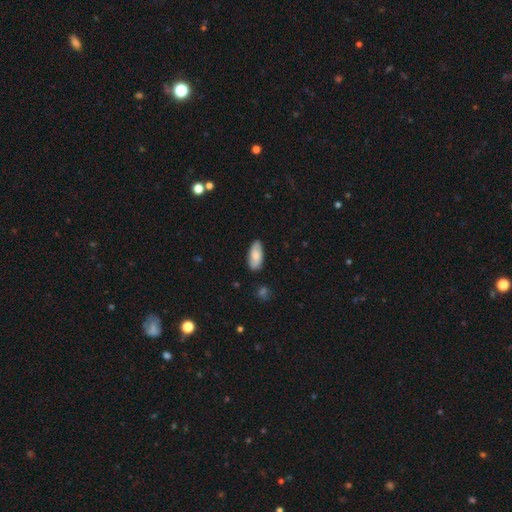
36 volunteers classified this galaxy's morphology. Smooth or featured? 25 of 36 (69%) said smooth. How rounded? 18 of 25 (72%) said in between. Merging? 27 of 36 (75%) said none.